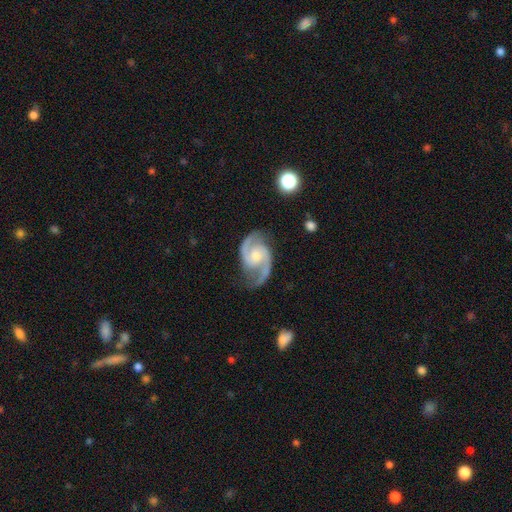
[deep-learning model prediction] Overall: featured or disk (93%). Edge-on disk: no (98%). Bar: no (54%; weak 37%). Spiral arms: yes (98%). Spiral arm count: 2 (94%). Spiral winding: medium (63%). Bulge size: moderate (51%; small 38%). Merging: none (78%).